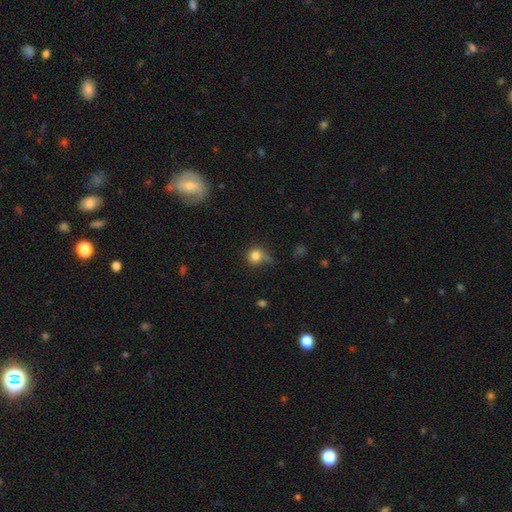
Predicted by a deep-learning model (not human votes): Smooth or featured: smooth — 81% (star or artifact — 11%)
How rounded: round — 86% (in between — 13%)
Merging: none — 53% (minor disturbance — 25%)